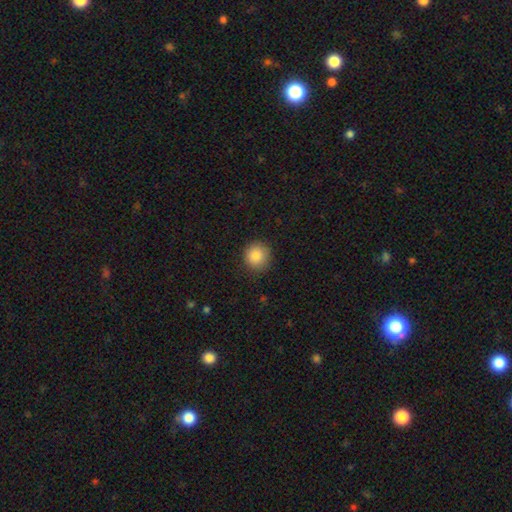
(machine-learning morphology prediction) The model was most divided on "smooth or featured": smooth: 87%, star or artifact: 9%, featured or disk: 4%. More confident: how rounded — round (92%); merging — none (88%).